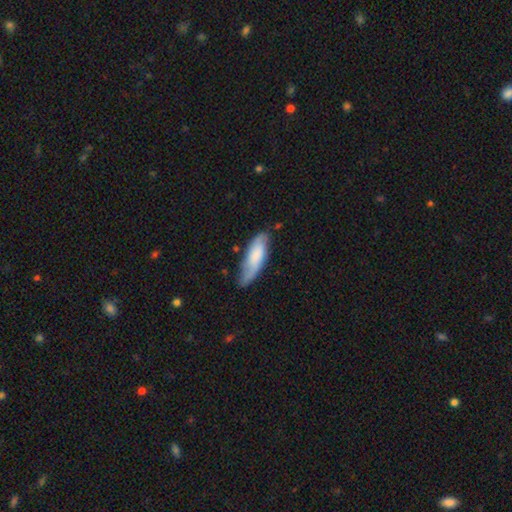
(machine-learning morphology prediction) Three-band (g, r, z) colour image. It shows a smooth galaxy with no disk features (58%) that is in between round and cigar-shaped (58%). Merging: none (64%).